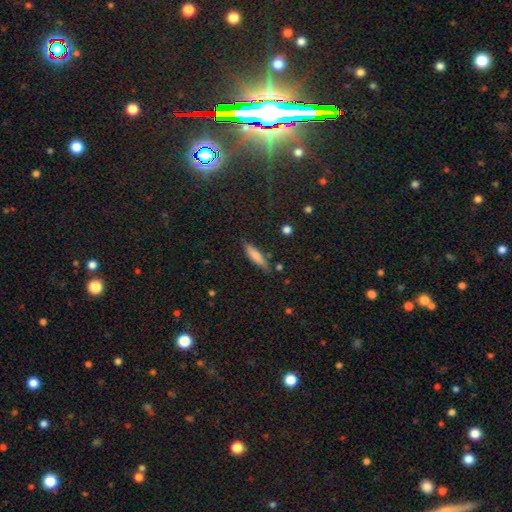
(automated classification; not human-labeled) smooth_or_featured: smooth (p=0.75) [alt: featured or disk p=0.17]
how_rounded: cigar-shaped (p=0.74) [alt: in between p=0.24]
merging: none (p=0.79) [alt: minor disturbance p=0.15]